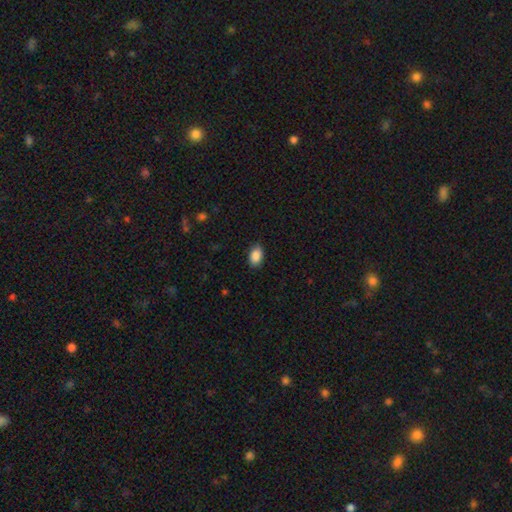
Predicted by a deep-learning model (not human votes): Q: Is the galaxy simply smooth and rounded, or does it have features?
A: smooth — 89%.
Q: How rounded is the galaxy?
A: in between — 89%.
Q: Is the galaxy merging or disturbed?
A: none — 86%.